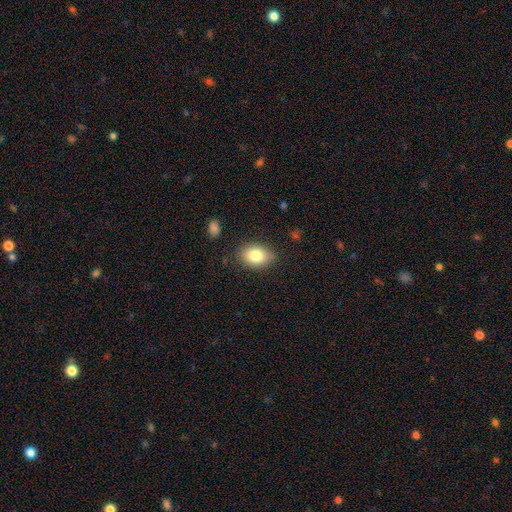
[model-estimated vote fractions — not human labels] This appears to be a smooth galaxy with no disk features (83%) that is in between round and cigar-shaped (80%). Merging: none (83%).